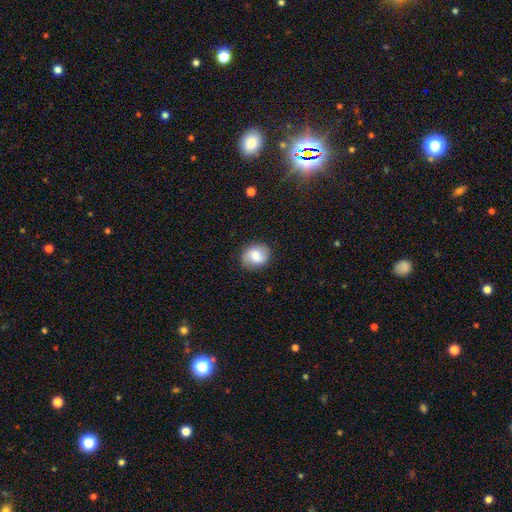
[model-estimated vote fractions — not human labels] smooth-or-featured: smooth: 69% | featured or disk: 23% | star or artifact: 8%
  how-rounded: round: 67% | in between: 32% | cigar-shaped: 1%
  merging: none: 84% | minor disturbance: 12% | major disturbance: 3% | merger: 1%